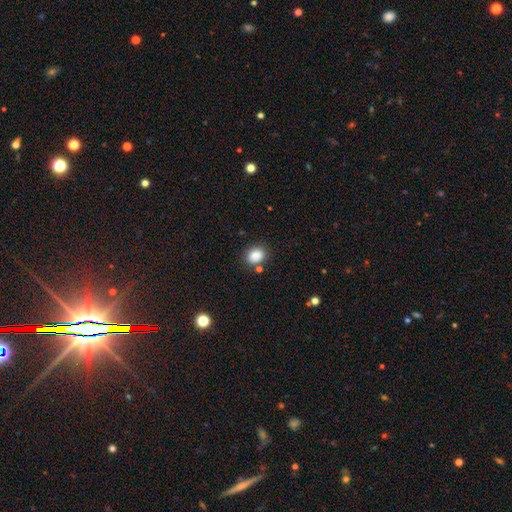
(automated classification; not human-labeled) smooth_or_featured: smooth (p=0.86) [alt: star or artifact p=0.09]
how_rounded: round (p=0.50) [alt: in between p=0.49]
merging: none (p=0.76) [alt: minor disturbance p=0.13]